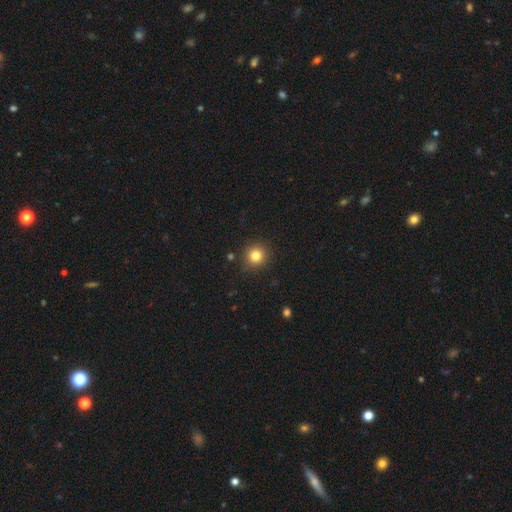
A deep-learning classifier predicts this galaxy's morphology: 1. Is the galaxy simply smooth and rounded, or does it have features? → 81% smooth, 13% star or artifact, 6% featured or disk.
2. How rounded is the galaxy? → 93% round, 6% in between, 1% cigar-shaped.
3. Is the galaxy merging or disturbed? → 89% none, 7% minor disturbance, 2% major disturbance, 2% merger.